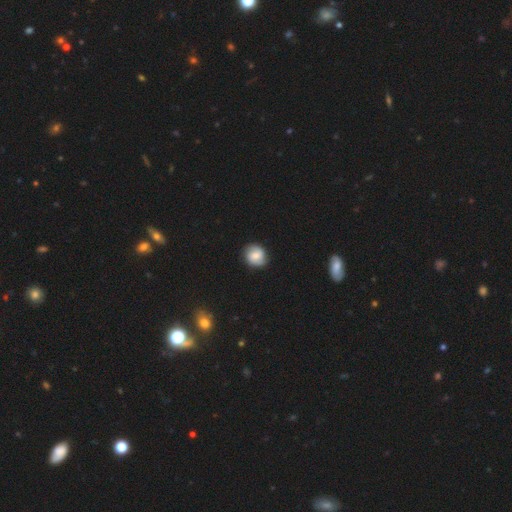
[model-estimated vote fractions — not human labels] smooth-or-featured: smooth: 68% | featured or disk: 23% | star or artifact: 8%
  how-rounded: round: 80% | in between: 19% | cigar-shaped: 1%
  merging: none: 86% | minor disturbance: 11% | major disturbance: 2% | merger: 1%